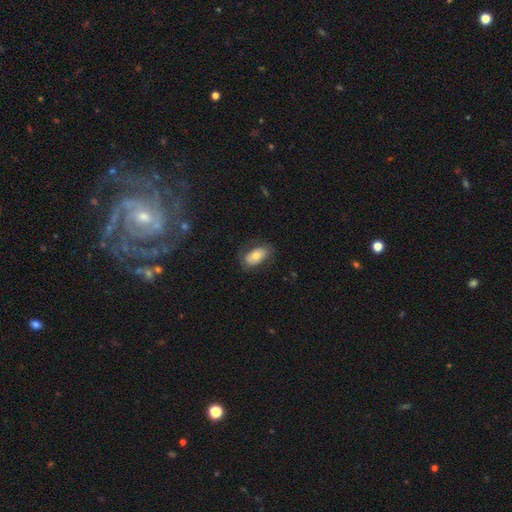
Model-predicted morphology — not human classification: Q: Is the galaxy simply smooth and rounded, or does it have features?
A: smooth — 68%.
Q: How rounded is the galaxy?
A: in between — 92%.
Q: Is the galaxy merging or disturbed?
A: none — 70%.